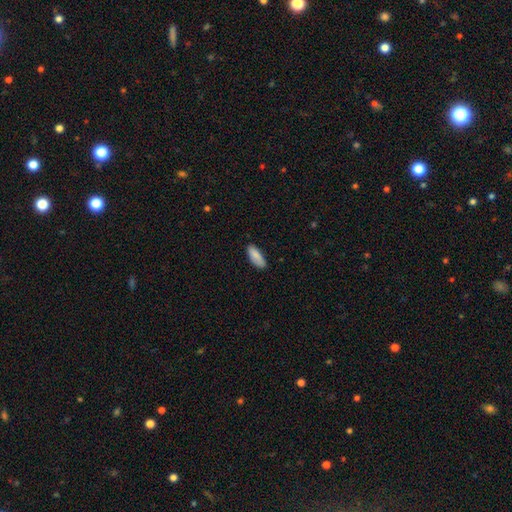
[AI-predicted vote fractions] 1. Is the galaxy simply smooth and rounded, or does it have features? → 86% smooth, 7% featured or disk, 6% star or artifact.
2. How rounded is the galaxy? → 76% in between, 23% cigar-shaped, 2% round.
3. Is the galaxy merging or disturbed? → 81% none, 16% minor disturbance, 3% major disturbance, 1% merger.